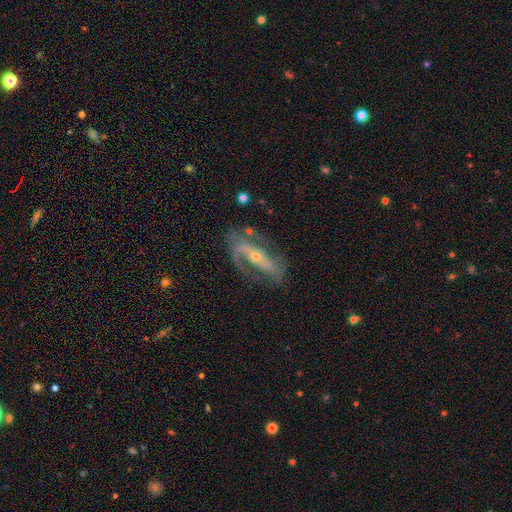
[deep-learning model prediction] smooth_or_featured: featured or disk (p=0.83) [alt: smooth p=0.10]
disk_edge_on: no (p=0.85) [alt: yes p=0.15]
bar: strong (p=0.43) [alt: no p=0.29]
has_spiral_arms: yes (p=0.90) [alt: no p=0.10]
spiral_winding: medium (p=0.42) [alt: tight p=0.29]
spiral_arm_count: 2 (p=0.73) [alt: can't tell p=0.11]
bulge_size: small (p=0.58) [alt: moderate p=0.38]
merging: none (p=0.66) [alt: minor disturbance p=0.19]